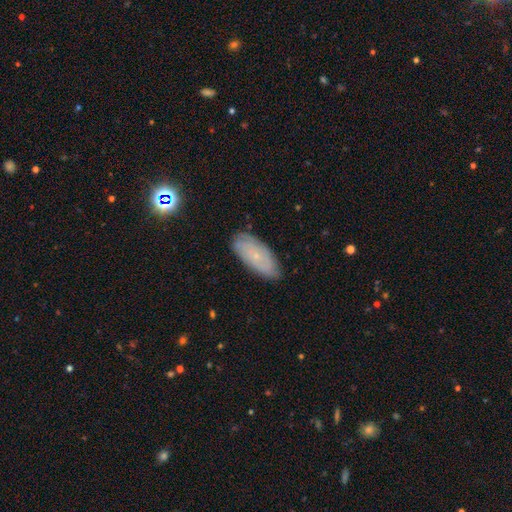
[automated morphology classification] Smooth or featured? smooth (50%)
Merging? none (82%)